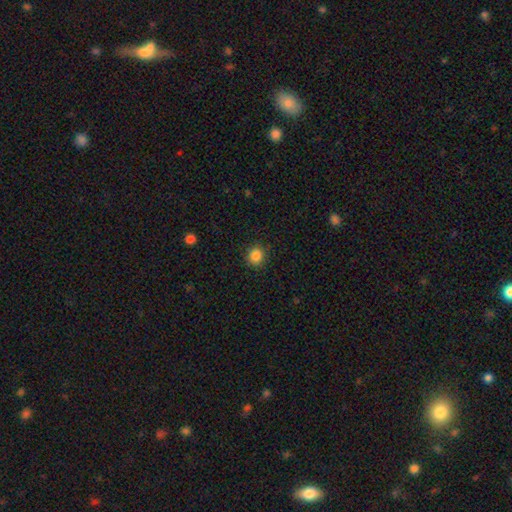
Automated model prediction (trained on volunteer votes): Q: Smooth or featured?
A: smooth (85%); runner-up: star or artifact (11%)
Q: How rounded?
A: round (88%); runner-up: in between (11%)
Q: Merging?
A: none (90%); runner-up: minor disturbance (7%)